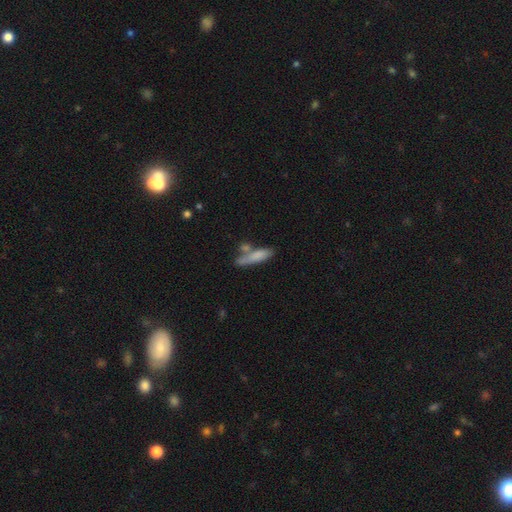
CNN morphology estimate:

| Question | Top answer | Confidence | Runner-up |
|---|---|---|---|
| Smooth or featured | smooth | 76% | featured or disk (17%) |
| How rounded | cigar-shaped | 72% | in between (26%) |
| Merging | none | 51% | merger (24%) |